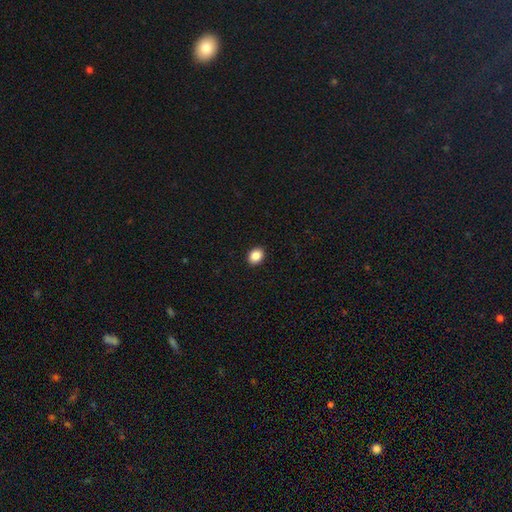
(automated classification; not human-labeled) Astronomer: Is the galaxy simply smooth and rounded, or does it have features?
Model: smooth — 88%.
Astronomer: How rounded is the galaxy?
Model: in between — 53% (runner-up: round, 46%).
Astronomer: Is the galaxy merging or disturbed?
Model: none — 92%.